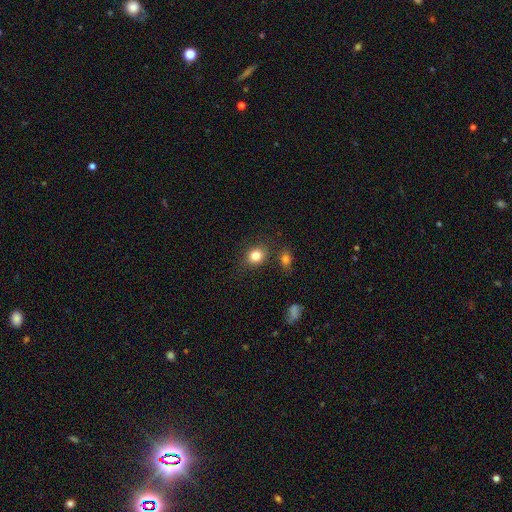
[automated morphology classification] Smooth or featured?
  - smooth: 82% *
  - star or artifact: 11%
  - featured or disk: 7%
How rounded?
  - round: 61% *
  - in between: 38%
  - cigar-shaped: 1%
Merging?
  - none: 79% *
  - minor disturbance: 11%
  - merger: 6%
  - major disturbance: 3%